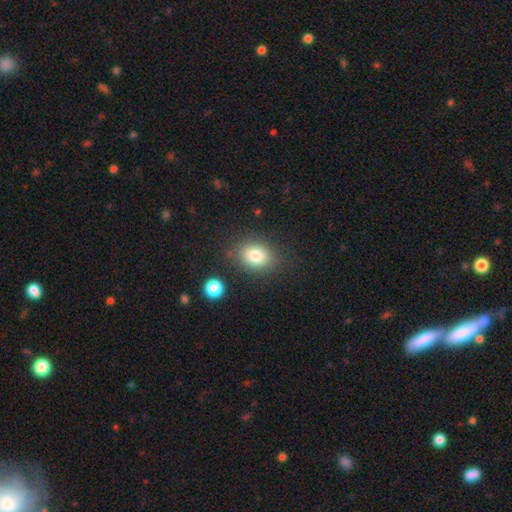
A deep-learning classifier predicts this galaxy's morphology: smooth_or_featured: smooth (p=0.82) [alt: star or artifact p=0.10]
how_rounded: in between (p=0.60) [alt: round p=0.39]
merging: none (p=0.81) [alt: minor disturbance p=0.12]